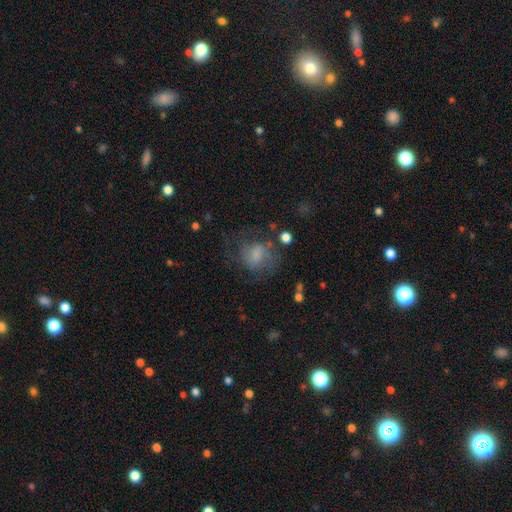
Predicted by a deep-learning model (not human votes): This is marginally a smooth galaxy (45%). Merging: possibly none (59%).